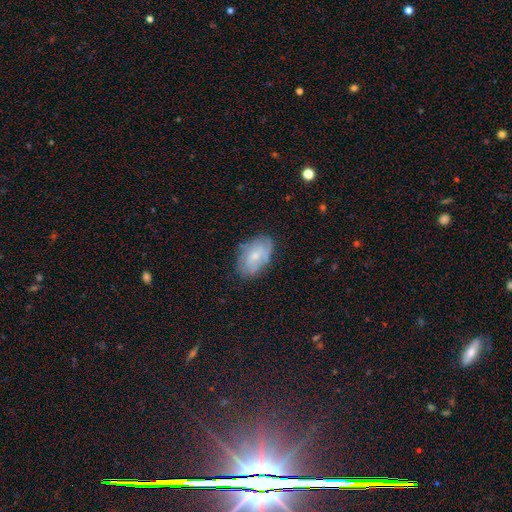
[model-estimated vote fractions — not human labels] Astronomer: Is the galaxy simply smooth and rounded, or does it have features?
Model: smooth — 53% (runner-up: featured or disk, 39%).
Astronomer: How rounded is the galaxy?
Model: in between — 90%.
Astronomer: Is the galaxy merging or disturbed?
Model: none — 69%.